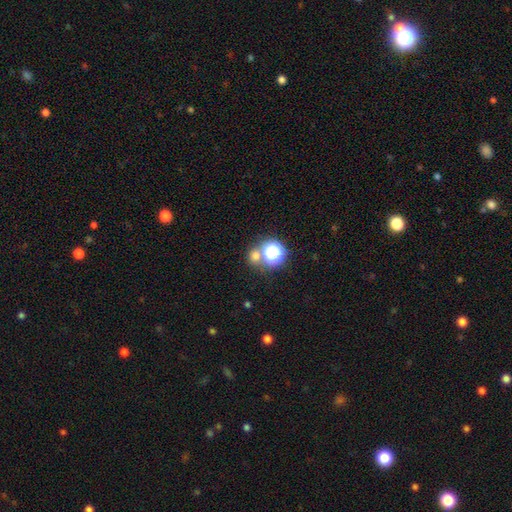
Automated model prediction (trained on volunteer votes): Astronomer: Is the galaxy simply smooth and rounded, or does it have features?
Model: smooth — 64%.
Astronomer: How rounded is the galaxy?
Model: round — 82%.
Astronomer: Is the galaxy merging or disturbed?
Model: none — 63%.